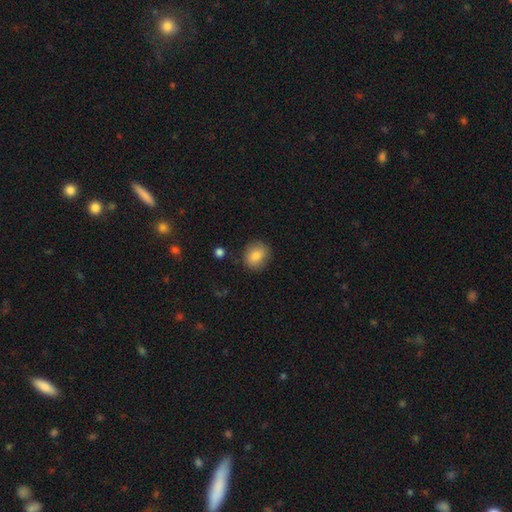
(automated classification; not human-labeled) Smooth or featured? smooth (83%)
How rounded? round (68%)
Merging? none (84%)